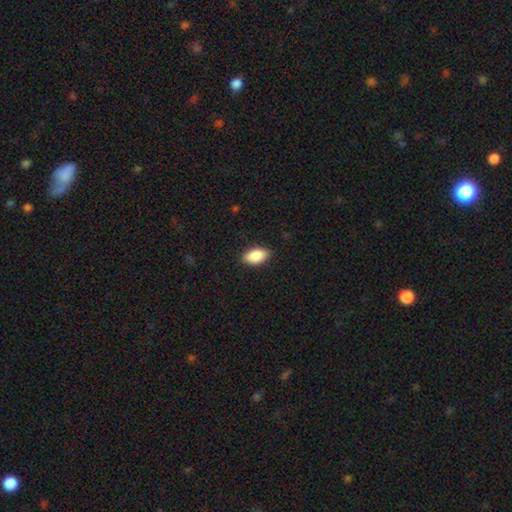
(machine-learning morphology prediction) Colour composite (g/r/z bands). It shows a smooth galaxy with no disk features (89%) that is in between round and cigar-shaped (94%). Merging: none (88%).